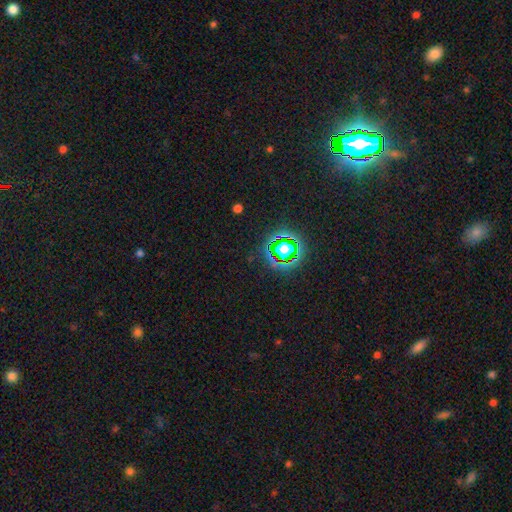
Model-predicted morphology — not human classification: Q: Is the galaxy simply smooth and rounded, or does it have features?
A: star or artifact — 79%.